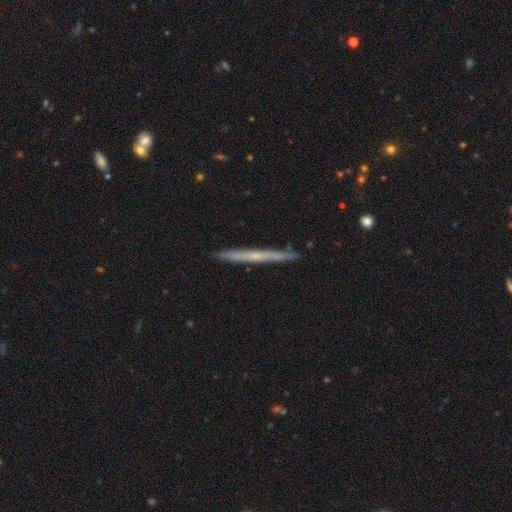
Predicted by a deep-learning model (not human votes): Smooth or featured? featured or disk (56%)
Edge-on disk? yes (97%)
Edge-on bulge? none (75%)
Merging? none (90%)